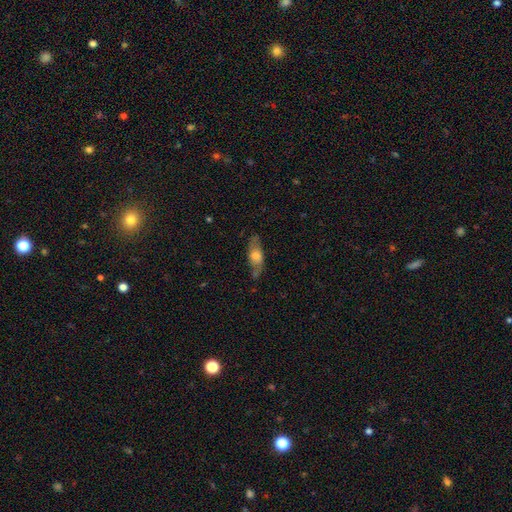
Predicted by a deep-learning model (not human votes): This is possibly a smooth galaxy (51%). How rounded: likely in between (67%). Merging: likely none (68%).